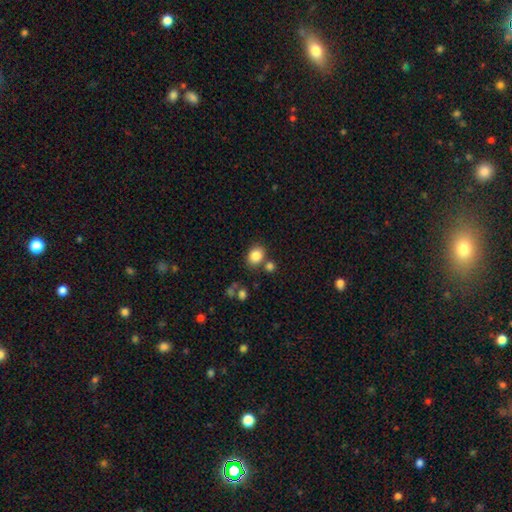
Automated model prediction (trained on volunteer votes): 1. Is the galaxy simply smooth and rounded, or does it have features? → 84% smooth, 10% star or artifact, 6% featured or disk.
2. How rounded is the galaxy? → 53% round, 46% in between, 1% cigar-shaped.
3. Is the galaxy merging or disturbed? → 69% none, 15% merger, 12% minor disturbance, 4% major disturbance.